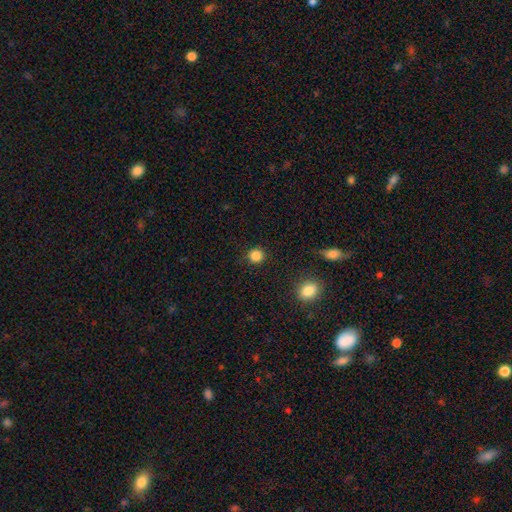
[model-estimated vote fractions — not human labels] This appears to be a smooth galaxy with no disk features (84%) that is round (92%). Merging: none (89%).